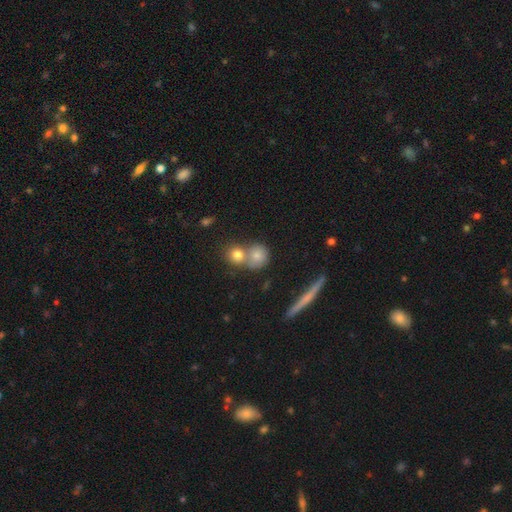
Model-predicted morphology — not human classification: Q: Smooth or featured?
A: smooth (70%); runner-up: featured or disk (18%)
Q: How rounded?
A: round (81%); runner-up: in between (14%)
Q: Merging?
A: none (51%); runner-up: merger (38%)